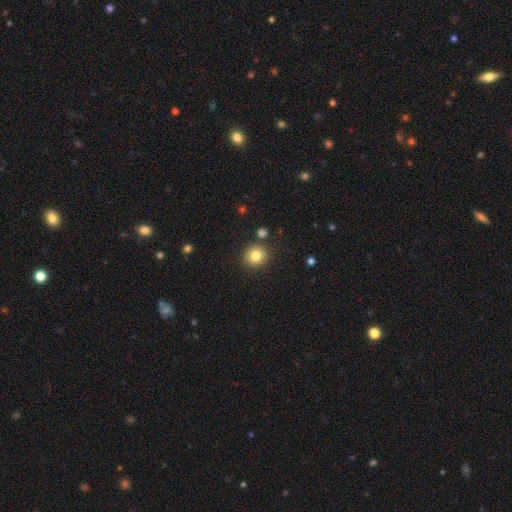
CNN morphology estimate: Smooth or featured: smooth — 82% (star or artifact — 11%)
How rounded: round — 85% (in between — 14%)
Merging: none — 85% (minor disturbance — 8%)